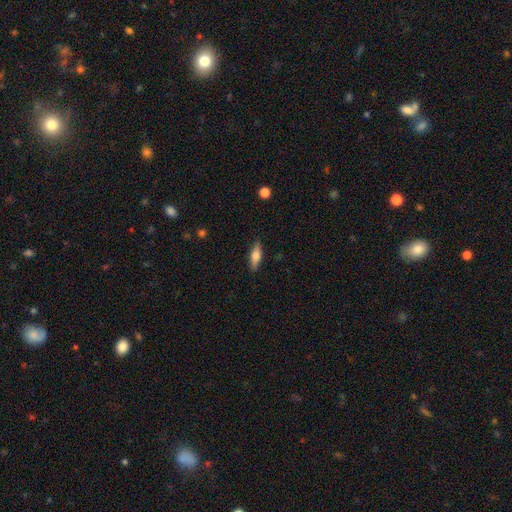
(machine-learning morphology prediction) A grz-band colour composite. It shows a smooth galaxy with no disk features (63%) that is in between round and cigar-shaped (50%). Merging: none (87%).